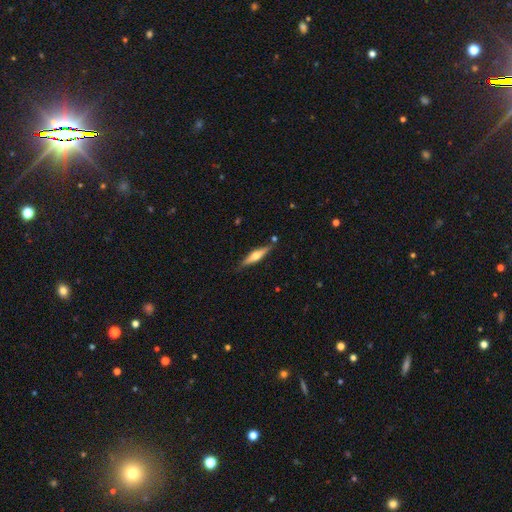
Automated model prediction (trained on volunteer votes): The model was most divided on "smooth or featured": featured or disk: 64%, smooth: 30%, star or artifact: 6%. More confident: edge-on disk — yes (96%); edge-on bulge — rounded (93%); merging — none (84%).